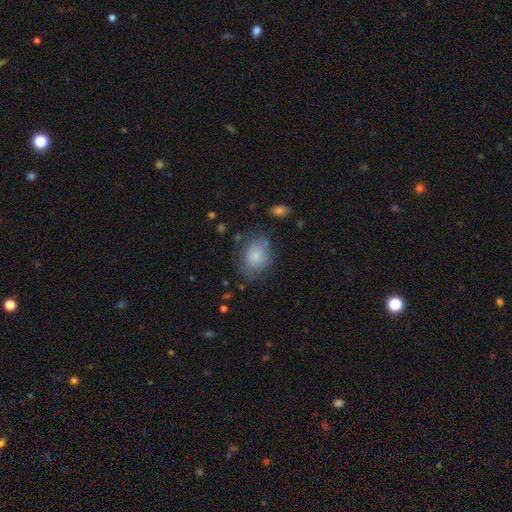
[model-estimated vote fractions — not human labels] Q: Smooth or featured?
A: smooth (79%); runner-up: featured or disk (13%)
Q: How rounded?
A: in between (57%); runner-up: round (42%)
Q: Merging?
A: none (62%); runner-up: minor disturbance (24%)